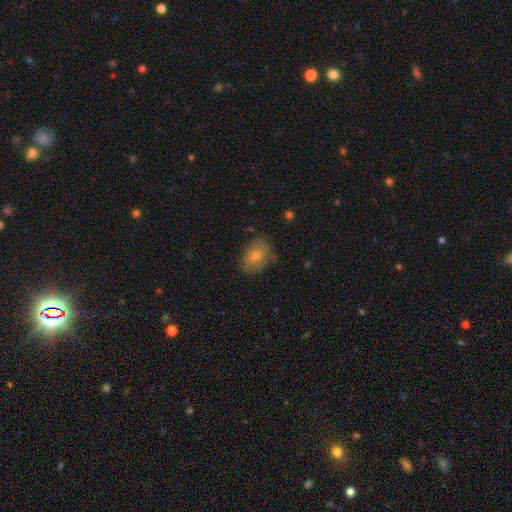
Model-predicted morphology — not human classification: This is likely a smooth galaxy (67%). How rounded: likely in between (72%). Merging: likely none (75%).